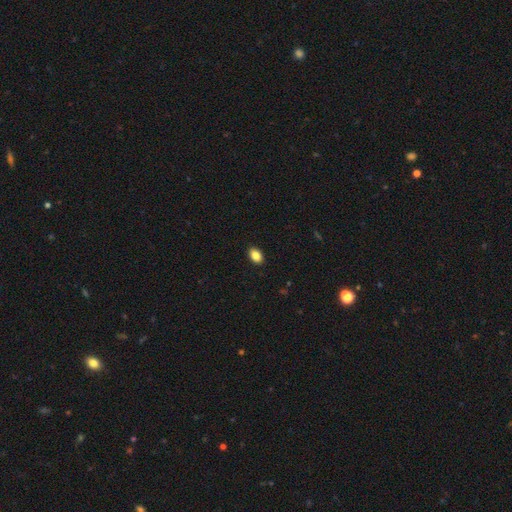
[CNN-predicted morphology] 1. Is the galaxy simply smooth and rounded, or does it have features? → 86% smooth, 8% star or artifact, 5% featured or disk.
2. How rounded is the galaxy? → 84% in between, 15% round, 1% cigar-shaped.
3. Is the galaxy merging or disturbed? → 90% none, 7% minor disturbance, 2% major disturbance, 1% merger.